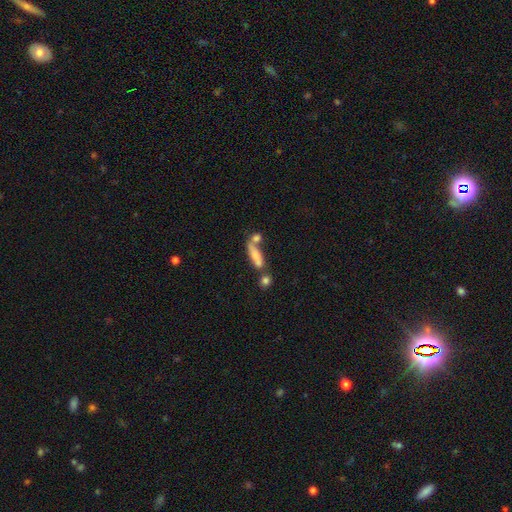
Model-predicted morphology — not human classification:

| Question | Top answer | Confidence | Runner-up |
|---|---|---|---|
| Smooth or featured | smooth | 69% | featured or disk (21%) |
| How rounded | cigar-shaped | 54% | in between (41%) |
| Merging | merger | 39% | none (38%) |